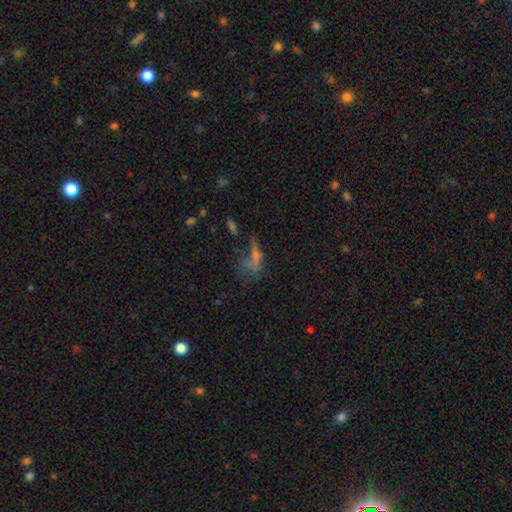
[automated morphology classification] smooth_or_featured: smooth (p=0.43) [alt: featured or disk p=0.29]
merging: major disturbance (p=0.39) [alt: none p=0.29]